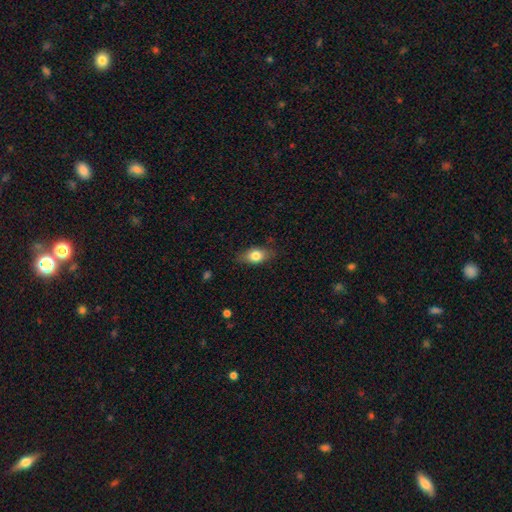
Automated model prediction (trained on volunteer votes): Smooth or featured?
  - smooth: 78% *
  - featured or disk: 14%
  - star or artifact: 8%
How rounded?
  - in between: 82% *
  - round: 12%
  - cigar-shaped: 6%
Merging?
  - none: 79% *
  - minor disturbance: 16%
  - major disturbance: 4%
  - merger: 1%